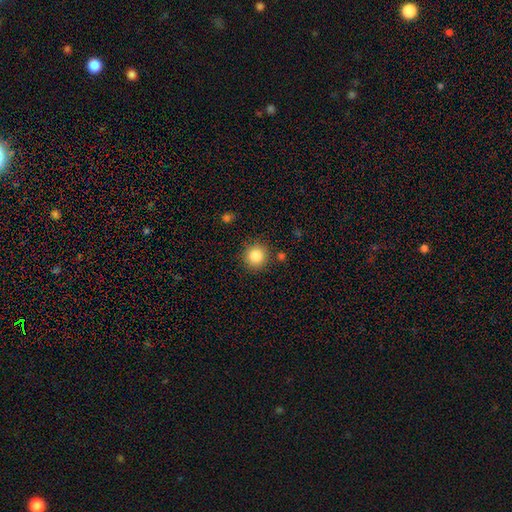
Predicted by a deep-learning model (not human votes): A smooth galaxy with no disk features (84%) that is round (94%). Merging: none (87%).